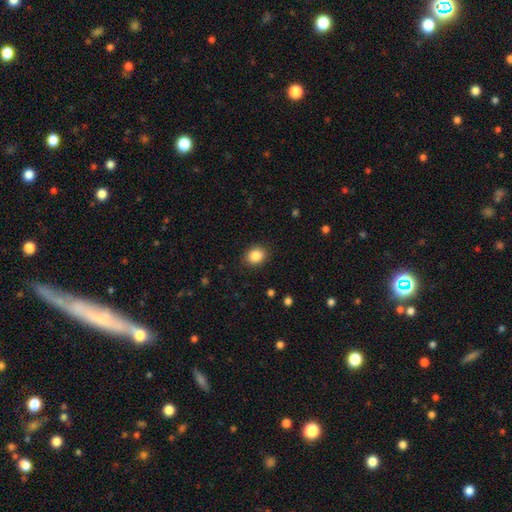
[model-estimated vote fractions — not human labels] A smooth galaxy with no disk features (87%) that is round (53%).

Vote fractions:
- Smooth or featured? smooth: 87% / star or artifact: 9% / featured or disk: 5%
- How rounded? round: 53% / in between: 47% / cigar-shaped: 1%
- Merging? none: 89% / minor disturbance: 8% / major disturbance: 2% / merger: 1%